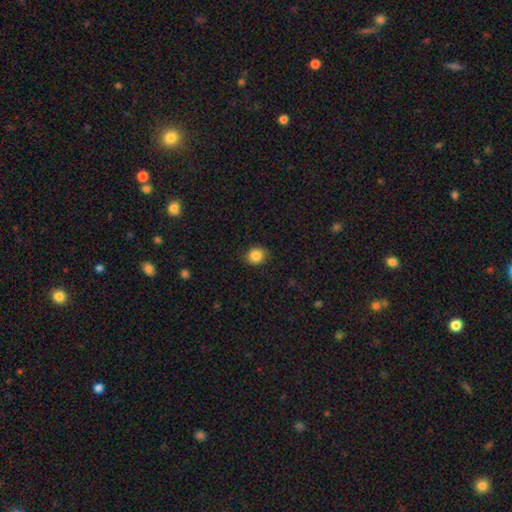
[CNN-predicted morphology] Smooth or featured: smooth — 85% (star or artifact — 9%)
How rounded: round — 75% (in between — 24%)
Merging: none — 84% (minor disturbance — 13%)